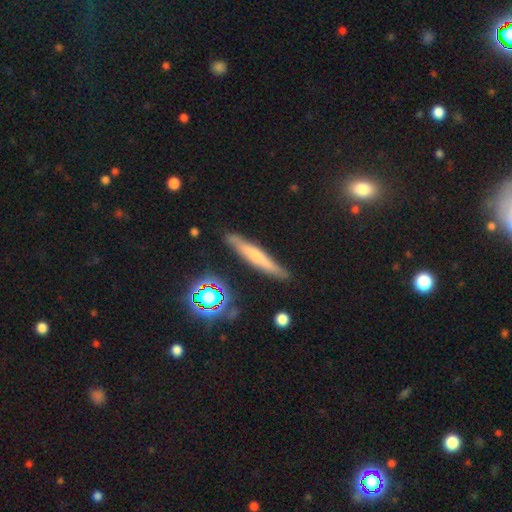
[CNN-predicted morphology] Smooth or featured? Predicted: smooth (p=0.47). Merging? Predicted: none (p=0.85).